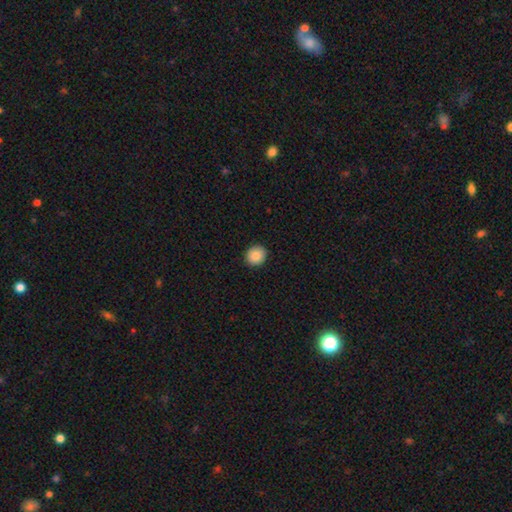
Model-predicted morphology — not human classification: Smooth or featured? Predicted: smooth (p=0.87). How rounded? Predicted: round (p=0.88). Merging? Predicted: none (p=0.92).